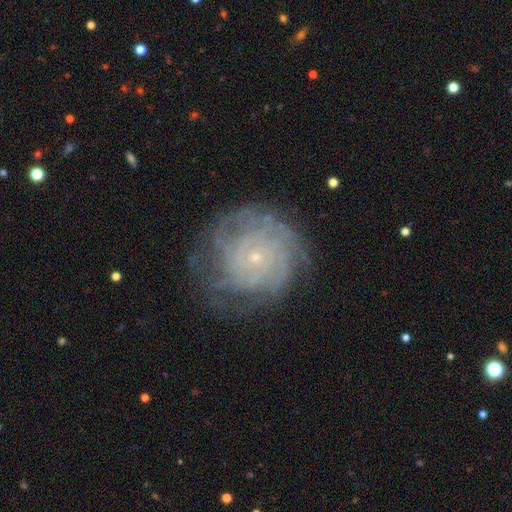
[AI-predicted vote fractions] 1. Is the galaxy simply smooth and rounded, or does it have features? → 72% featured or disk, 17% smooth, 11% star or artifact.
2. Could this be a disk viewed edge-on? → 97% no, 3% yes.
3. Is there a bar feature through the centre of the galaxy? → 85% no, 12% weak, 3% strong.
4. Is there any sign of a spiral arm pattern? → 90% yes, 10% no.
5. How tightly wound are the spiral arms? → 79% tight, 16% medium, 5% loose.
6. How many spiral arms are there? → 48% can't tell, 13% 4, 13% more than 4, 10% 3, 9% 2, 6% 1.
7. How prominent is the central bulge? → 88% small, 7% moderate, 2% none, 1% large, 1% dominant.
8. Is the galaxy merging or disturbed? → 75% none, 16% minor disturbance, 8% major disturbance, 1% merger.